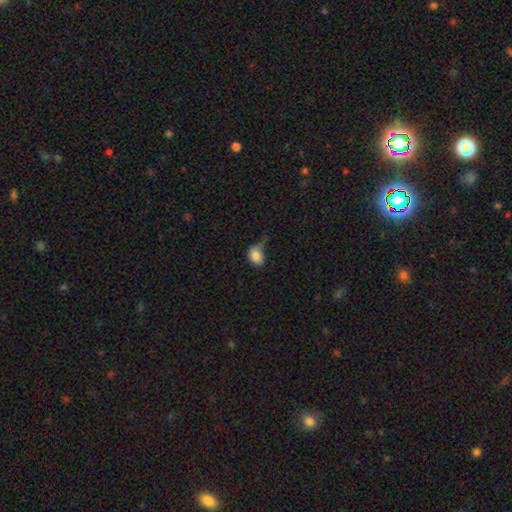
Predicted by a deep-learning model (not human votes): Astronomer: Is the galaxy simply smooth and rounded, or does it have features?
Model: smooth — 83%.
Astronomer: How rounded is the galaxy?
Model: in between — 61% (runner-up: round, 38%).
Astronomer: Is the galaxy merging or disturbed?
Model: none — 36% (runner-up: minor disturbance, 34%).